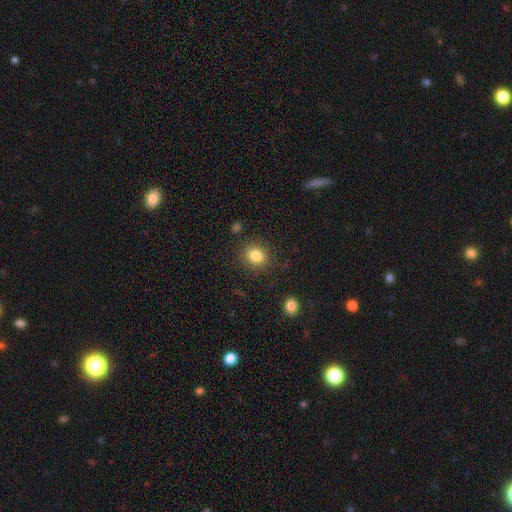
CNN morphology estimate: Overall: smooth (83%). How rounded: round (79%). Merging: none (87%).